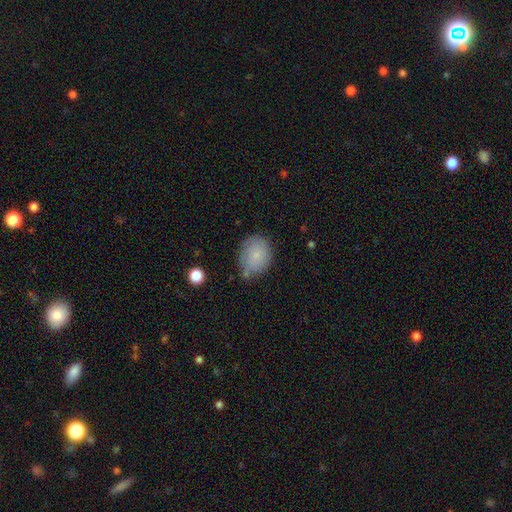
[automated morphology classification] Smooth or featured? Predicted: smooth (p=0.73). How rounded? Predicted: in between (p=0.52). Merging? Predicted: none (p=0.60).